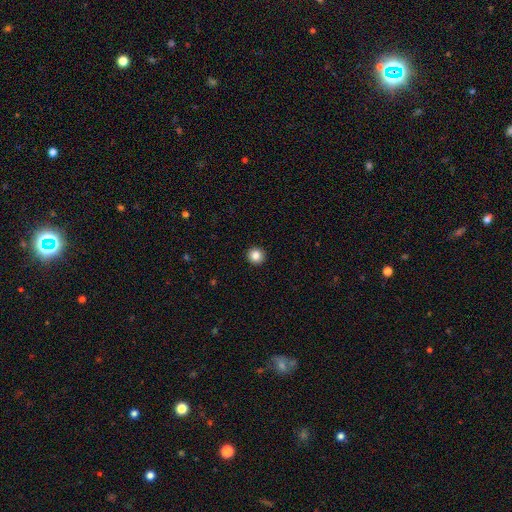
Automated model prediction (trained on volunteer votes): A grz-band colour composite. It shows a smooth galaxy with no disk features (85%) that is round (95%). Merging: none (94%).